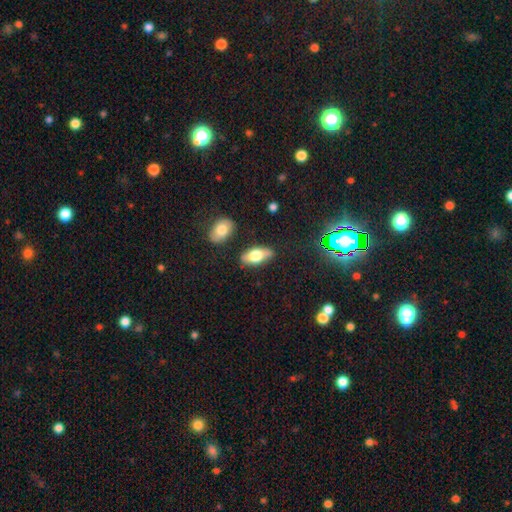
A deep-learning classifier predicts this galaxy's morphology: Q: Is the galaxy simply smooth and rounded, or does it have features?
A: smooth — 65%.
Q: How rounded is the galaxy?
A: in between — 84%.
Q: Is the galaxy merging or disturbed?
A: none — 79%.